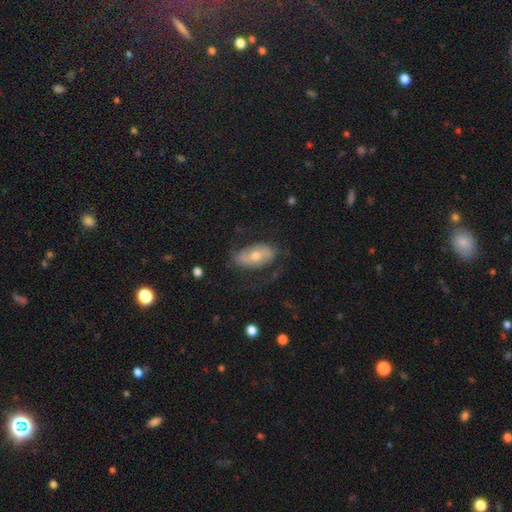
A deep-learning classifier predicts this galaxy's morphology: featured or disk 54%, smooth 39%, star or artifact 7%. Down the decision tree: edge-on disk — no (89%); merging — none (63%).